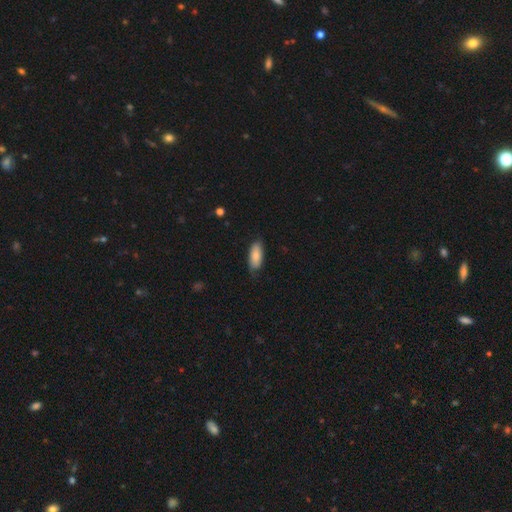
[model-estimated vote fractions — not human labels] This appears to be a smooth galaxy with no disk features (85%) that is in between round and cigar-shaped (83%). Merging: none (76%).